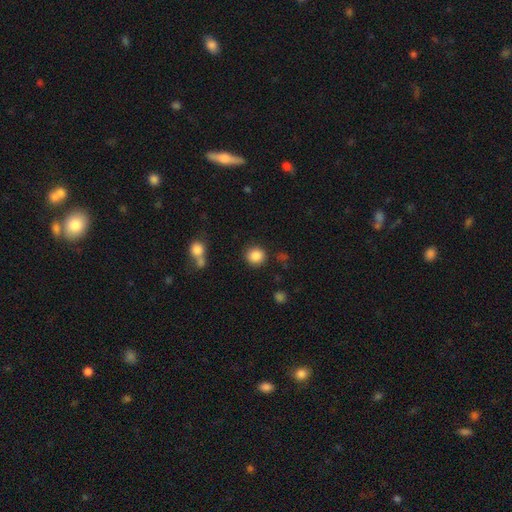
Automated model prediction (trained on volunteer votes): Smooth or featured? smooth (86%)
How rounded? round (88%)
Merging? none (86%)